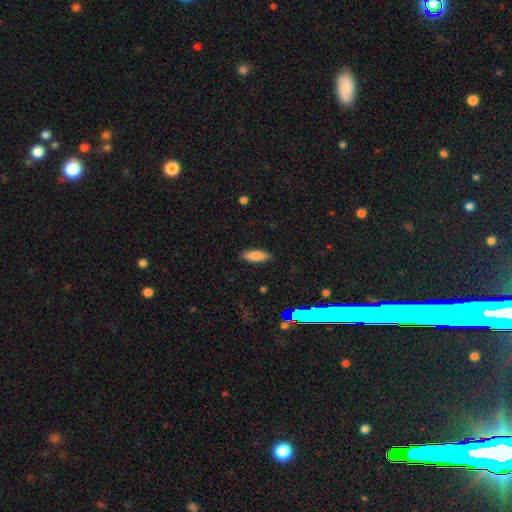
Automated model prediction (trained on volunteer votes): smooth-or-featured: smooth: 84% | featured or disk: 8% | star or artifact: 8%
  how-rounded: in between: 73% | cigar-shaped: 25% | round: 2%
  merging: none: 88% | minor disturbance: 9% | major disturbance: 2% | merger: 1%